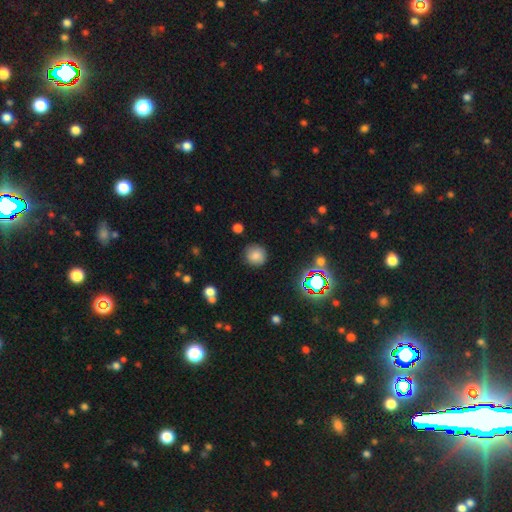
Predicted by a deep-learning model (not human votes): This appears to be a smooth galaxy with no disk features (79%) that is round (90%). Merging: none (85%).